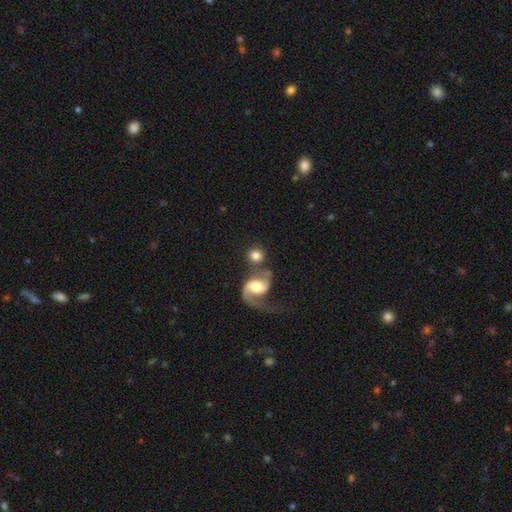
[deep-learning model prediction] Morphology: type=smooth (64%); roundness=round (87%); merging=none (57%).